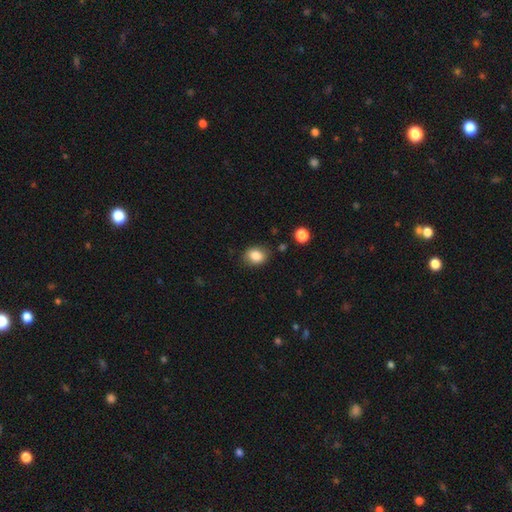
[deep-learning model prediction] Smooth or featured: smooth — 84% (star or artifact — 9%)
How rounded: in between — 52% (round — 47%)
Merging: none — 82% (minor disturbance — 13%)